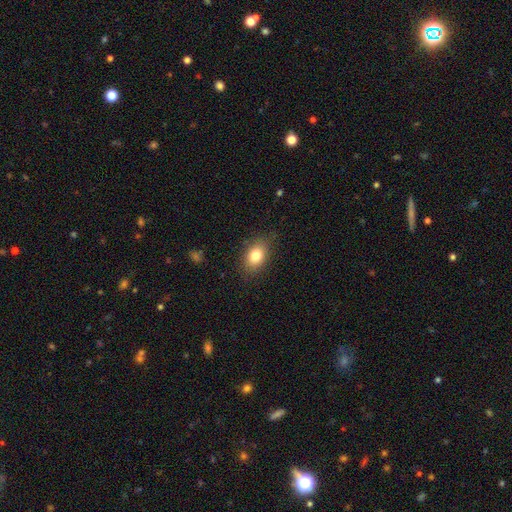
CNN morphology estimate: The model was most divided on "how rounded": in between: 81%, round: 17%, cigar-shaped: 2%. More confident: merging — none (84%); smooth or featured — smooth (81%).